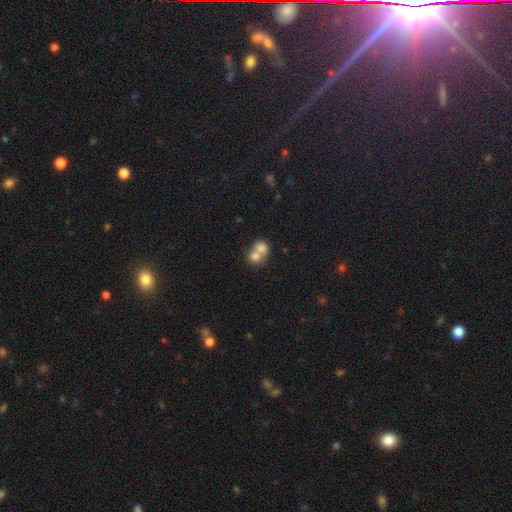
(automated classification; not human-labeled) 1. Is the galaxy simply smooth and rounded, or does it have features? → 75% smooth, 16% featured or disk, 10% star or artifact.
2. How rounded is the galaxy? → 70% round, 29% in between, 1% cigar-shaped.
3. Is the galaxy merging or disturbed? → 71% merger, 22% none, 5% minor disturbance, 3% major disturbance.